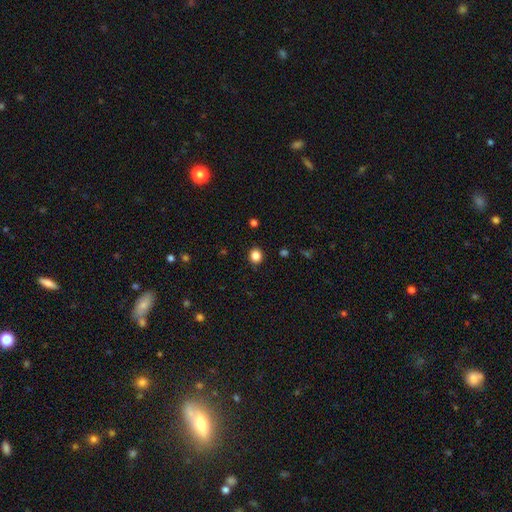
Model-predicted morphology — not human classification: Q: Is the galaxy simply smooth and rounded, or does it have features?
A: smooth — 85%.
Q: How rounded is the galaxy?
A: round — 77%.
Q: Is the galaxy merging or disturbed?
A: none — 90%.